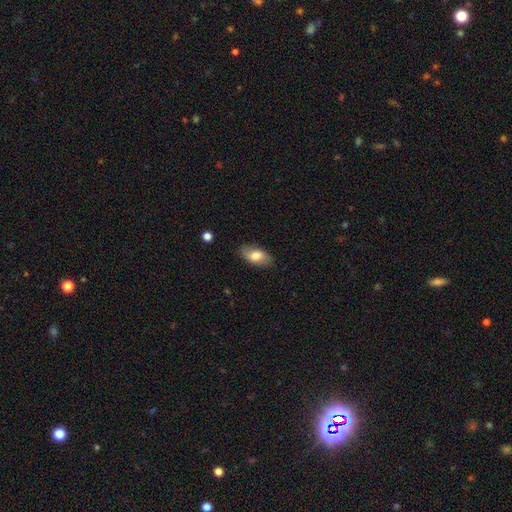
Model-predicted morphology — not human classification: type=smooth (77%); roundness=in between (91%); merging=none (83%).